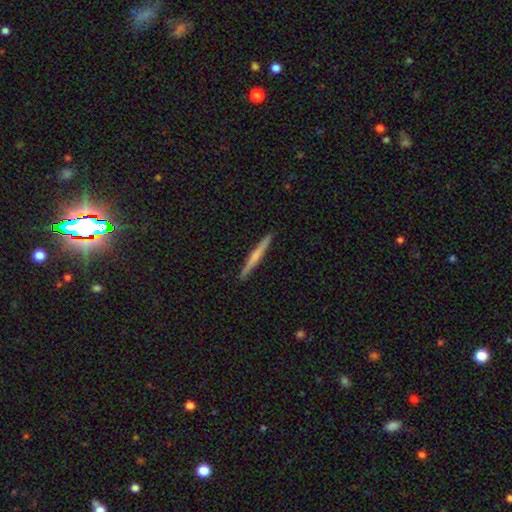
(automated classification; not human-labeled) Smooth or featured? smooth (52%)
How rounded? cigar-shaped (96%)
Merging? none (92%)